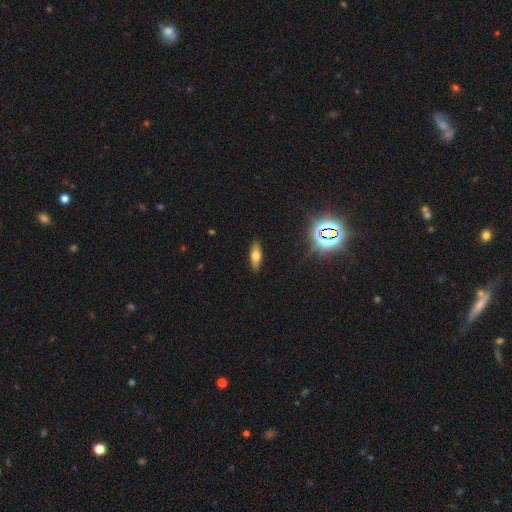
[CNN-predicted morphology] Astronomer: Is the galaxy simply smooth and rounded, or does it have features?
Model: smooth — 58%.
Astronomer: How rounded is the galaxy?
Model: in between — 65%.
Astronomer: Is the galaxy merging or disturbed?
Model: none — 88%.